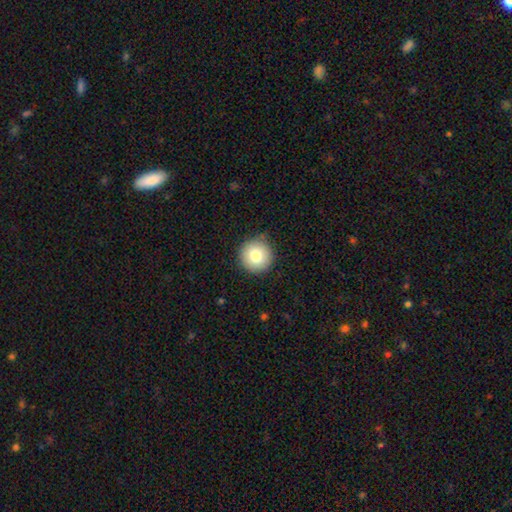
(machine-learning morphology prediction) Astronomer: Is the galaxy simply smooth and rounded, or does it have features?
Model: smooth — 81%.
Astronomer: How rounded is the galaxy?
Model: round — 95%.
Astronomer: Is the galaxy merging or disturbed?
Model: none — 88%.